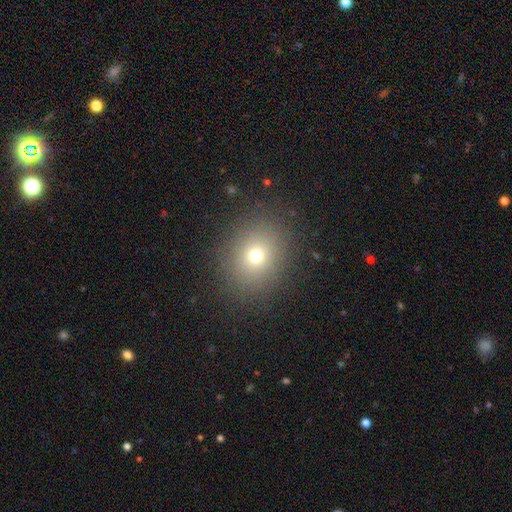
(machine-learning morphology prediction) A smooth galaxy with no disk features (70%) that is round (67%). Merging: none (85%).